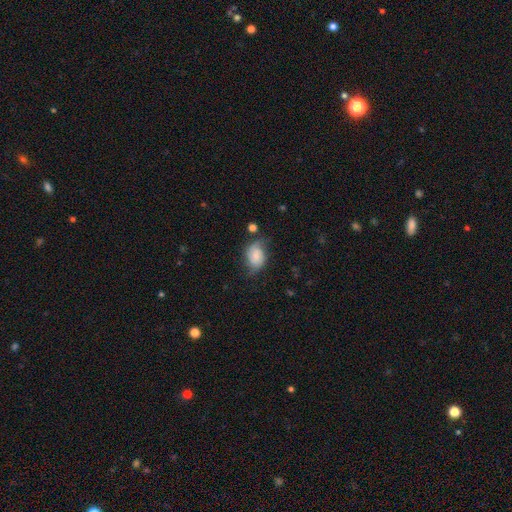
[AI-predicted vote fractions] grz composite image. It shows a smooth galaxy with no disk features (61%) that is in between round and cigar-shaped (73%). Merging: none (47%).